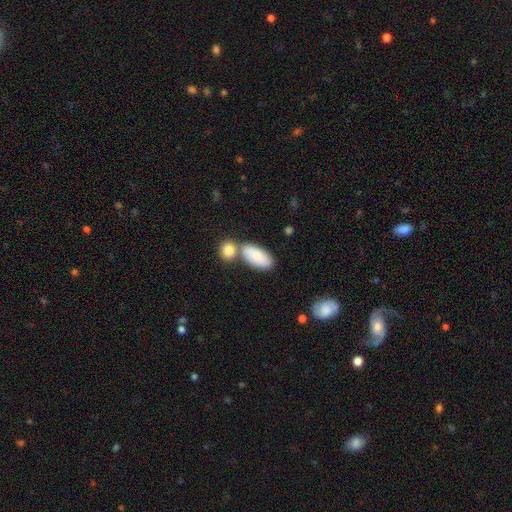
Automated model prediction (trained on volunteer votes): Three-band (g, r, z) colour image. It shows a smooth galaxy with no disk features (84%) that is in between round and cigar-shaped (89%). Merging: none (51%).